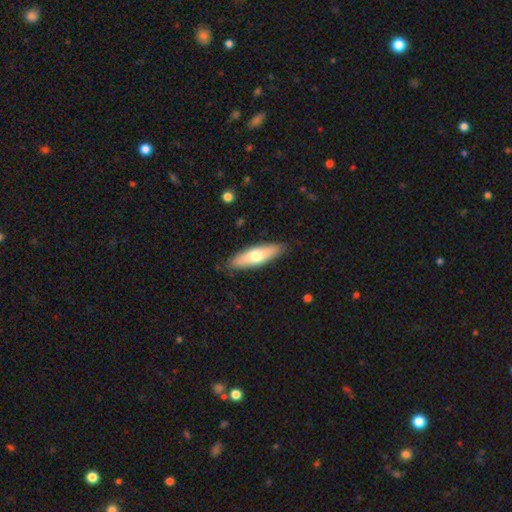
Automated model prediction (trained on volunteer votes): This is likely a smooth galaxy (63%). How rounded: possibly cigar-shaped (53%). Merging: clearly none (88%).